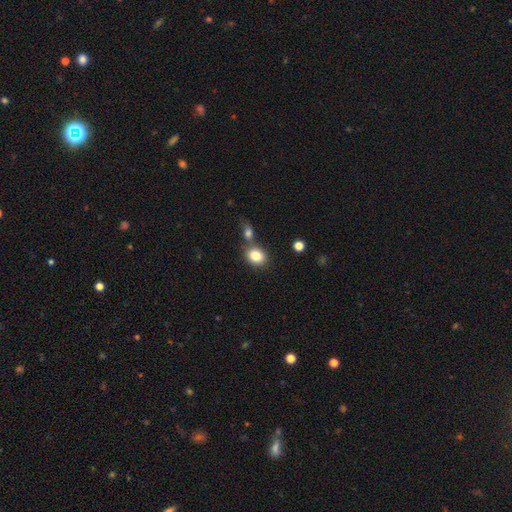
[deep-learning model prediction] smooth 83%, star or artifact 9%, featured or disk 8%. Down the decision tree: how rounded — in between (53%); merging — none (59%).